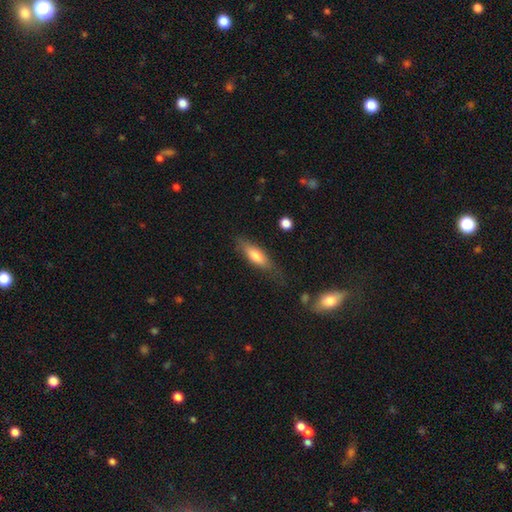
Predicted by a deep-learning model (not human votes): smooth-or-featured: smooth: 71% | featured or disk: 23% | star or artifact: 6%
  how-rounded: in between: 52% | cigar-shaped: 46% | round: 2%
  merging: none: 67% | minor disturbance: 23% | major disturbance: 8% | merger: 2%